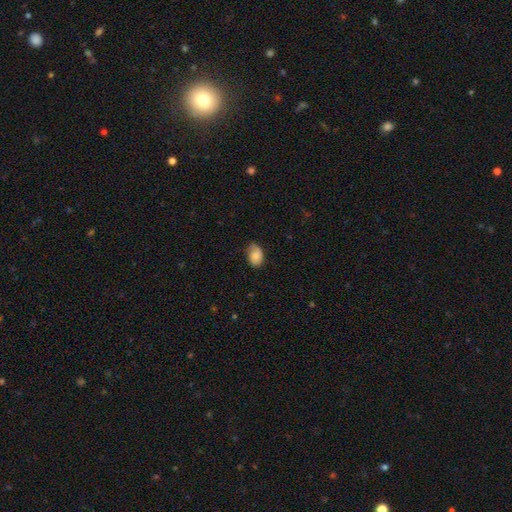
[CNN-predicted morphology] Smooth or featured: smooth — 78% (featured or disk — 14%)
How rounded: in between — 84% (round — 15%)
Merging: none — 69% (minor disturbance — 25%)